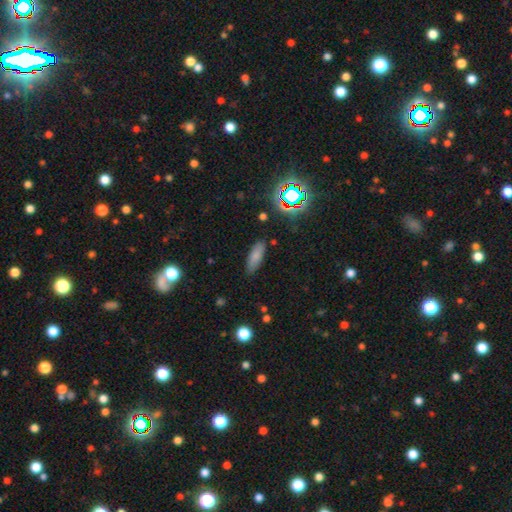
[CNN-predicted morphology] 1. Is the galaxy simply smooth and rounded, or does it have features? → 78% smooth, 11% star or artifact, 11% featured or disk.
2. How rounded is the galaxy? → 66% in between, 32% cigar-shaped, 2% round.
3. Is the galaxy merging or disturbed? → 85% none, 11% minor disturbance, 3% major disturbance, 2% merger.